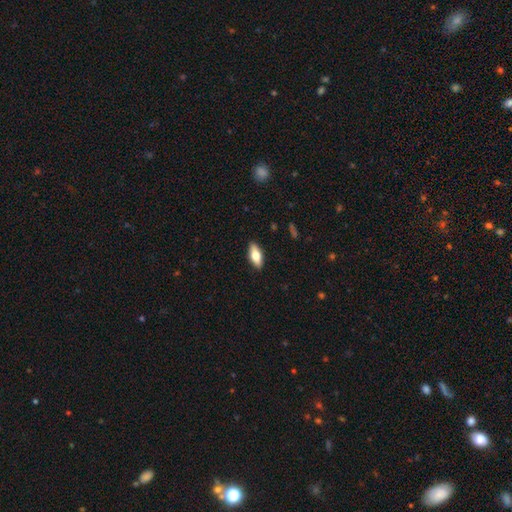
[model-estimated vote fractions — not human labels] Smooth or featured? smooth (65%)
How rounded? in between (79%)
Merging? none (90%)